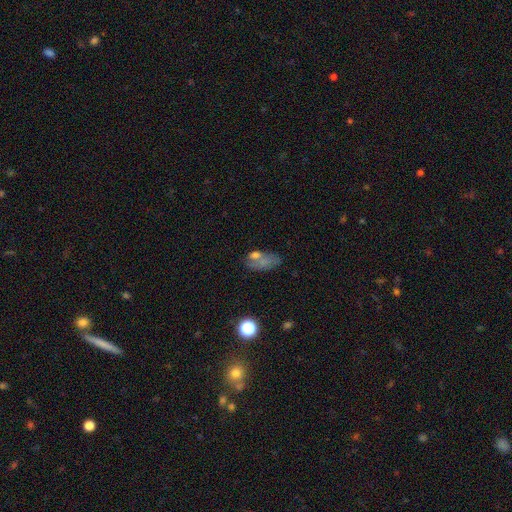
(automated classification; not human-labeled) Smooth or featured? smooth (47%)
Merging? none (54%)